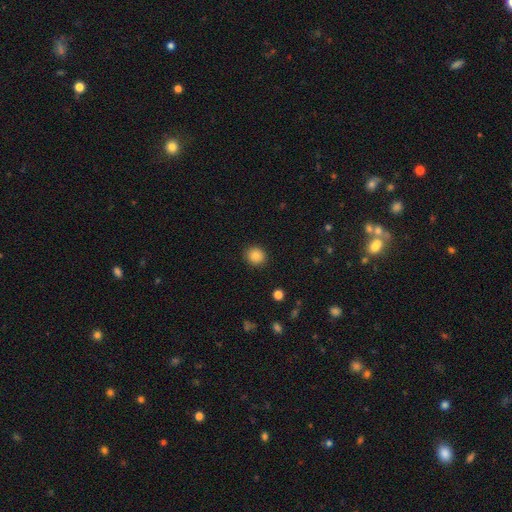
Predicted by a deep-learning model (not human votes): Smooth or featured?
  - smooth: 87% *
  - star or artifact: 10%
  - featured or disk: 4%
How rounded?
  - round: 84% *
  - in between: 15%
  - cigar-shaped: 1%
Merging?
  - none: 90% *
  - minor disturbance: 6%
  - major disturbance: 2%
  - merger: 1%